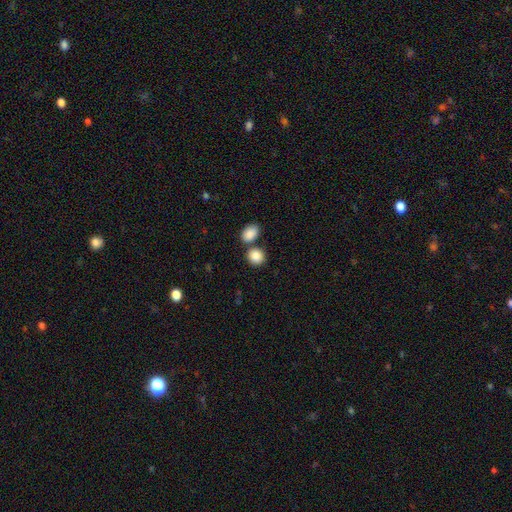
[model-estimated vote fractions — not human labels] Smooth or featured: smooth — 87% (star or artifact — 8%)
How rounded: round — 65% (in between — 34%)
Merging: none — 62% (merger — 26%)